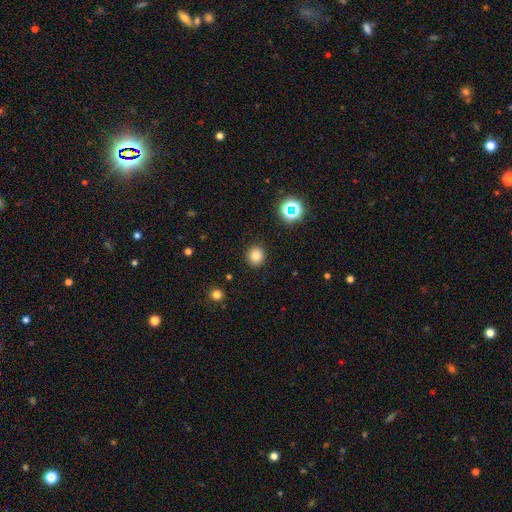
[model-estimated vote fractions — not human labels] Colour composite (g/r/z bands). It shows a smooth galaxy with no disk features (80%) that is round (87%). Merging: none (91%).